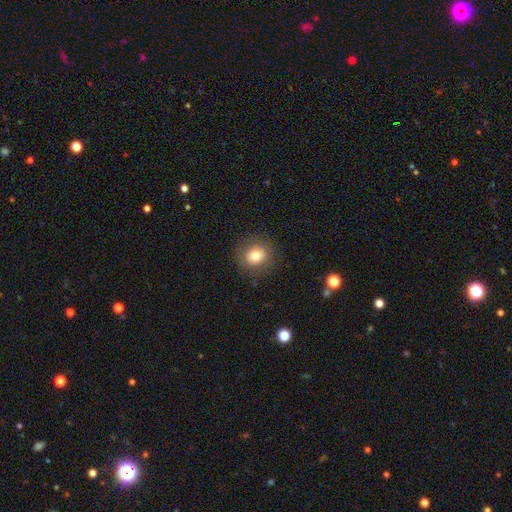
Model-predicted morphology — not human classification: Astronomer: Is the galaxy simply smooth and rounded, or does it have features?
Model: smooth — 78%.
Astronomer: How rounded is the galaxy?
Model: round — 82%.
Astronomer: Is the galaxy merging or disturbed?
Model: none — 87%.